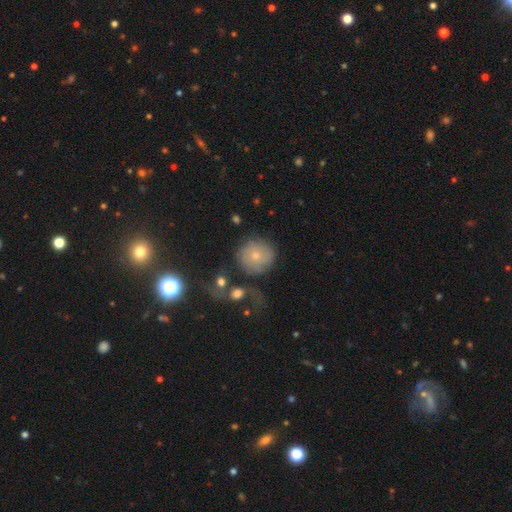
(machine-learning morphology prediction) This is likely a smooth galaxy (61%). How rounded: clearly round (88%). Merging: likely none (64%).